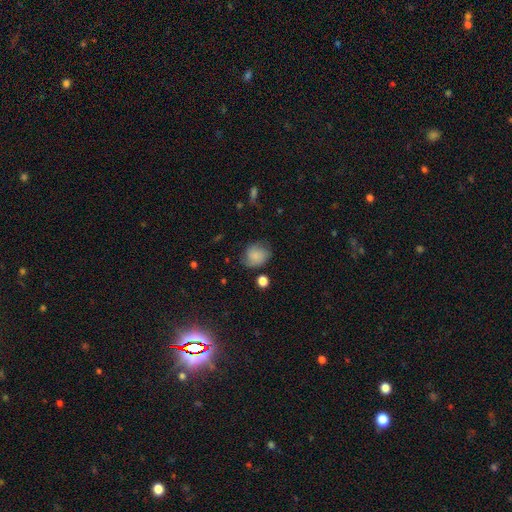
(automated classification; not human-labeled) The model was most divided on "merging": none: 60%, minor disturbance: 28%, major disturbance: 9%, merger: 3%. More confident: smooth or featured — smooth (78%); how rounded — round (66%).